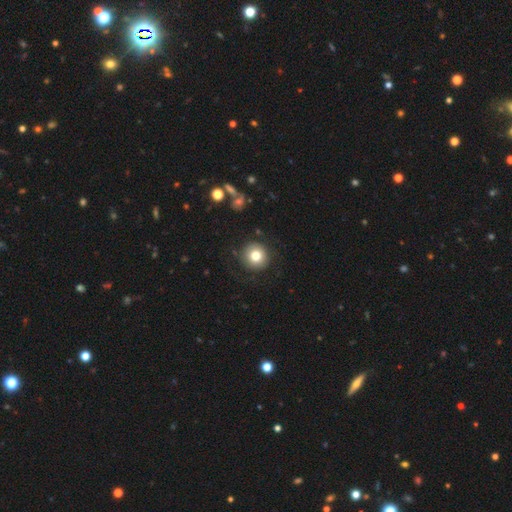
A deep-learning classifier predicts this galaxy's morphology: A smooth galaxy with no disk features (78%) that is round (94%). Merging: none (86%).